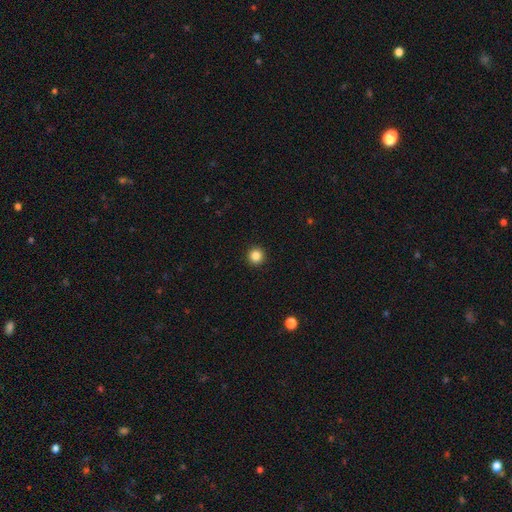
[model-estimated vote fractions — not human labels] The model was most divided on "smooth or featured": smooth: 85%, star or artifact: 11%, featured or disk: 4%. More confident: how rounded — round (96%); merging — none (93%).